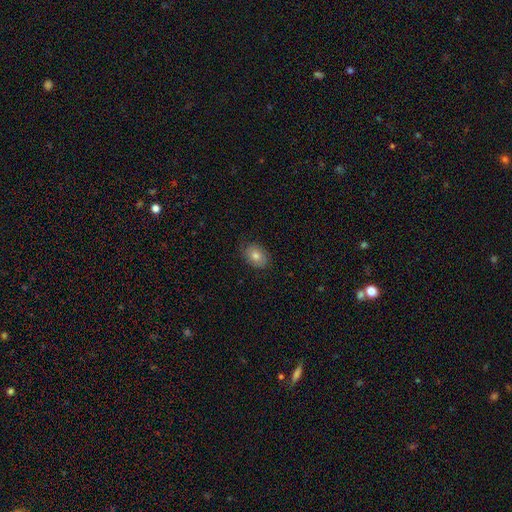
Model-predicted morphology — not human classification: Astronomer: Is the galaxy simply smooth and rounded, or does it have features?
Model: smooth — 76%.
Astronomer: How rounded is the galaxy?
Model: in between — 72%.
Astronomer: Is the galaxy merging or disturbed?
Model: none — 80%.